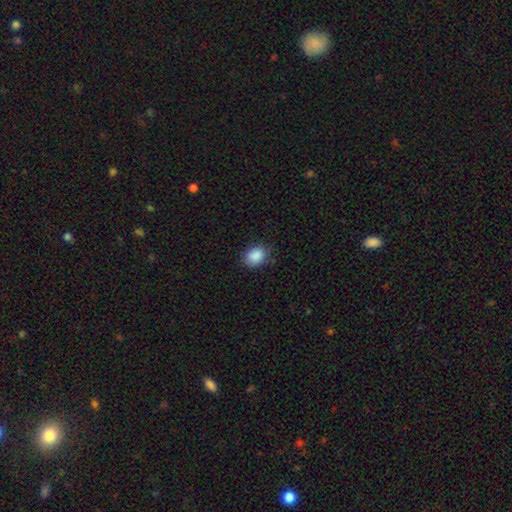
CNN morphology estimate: A smooth galaxy with no disk features (88%) that is in between round and cigar-shaped (66%).

Vote fractions:
- Smooth or featured? smooth: 88% / star or artifact: 8% / featured or disk: 4%
- How rounded? in between: 66% / round: 33% / cigar-shaped: 1%
- Merging? none: 77% / minor disturbance: 18% / major disturbance: 4% / merger: 1%